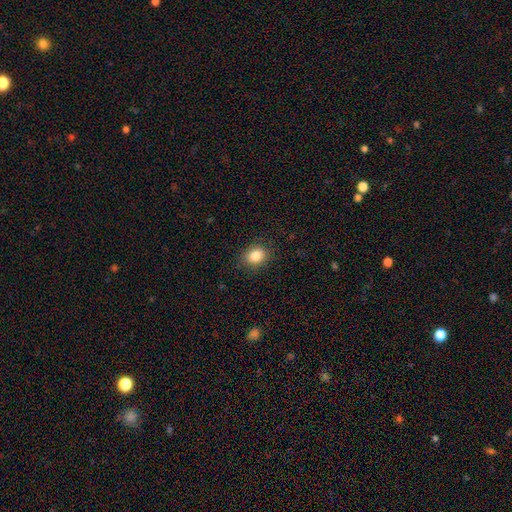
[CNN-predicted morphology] Smooth or featured? smooth (85%)
How rounded? round (55%)
Merging? none (86%)